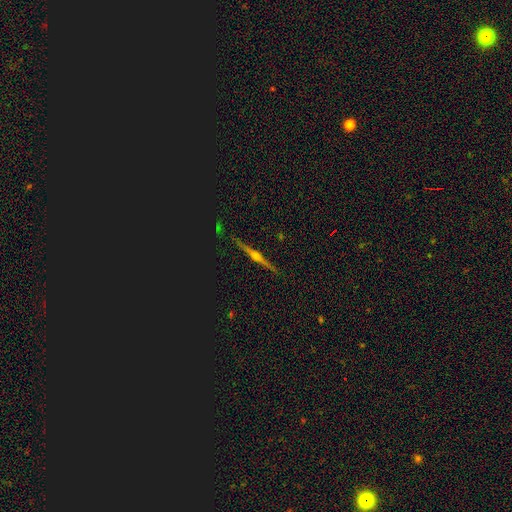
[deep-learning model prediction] Smooth or featured? Predicted: featured or disk (p=0.77). Edge-on disk? Predicted: yes (p=0.98). Edge-on bulge? Predicted: rounded (p=0.91). Merging? Predicted: none (p=0.92).